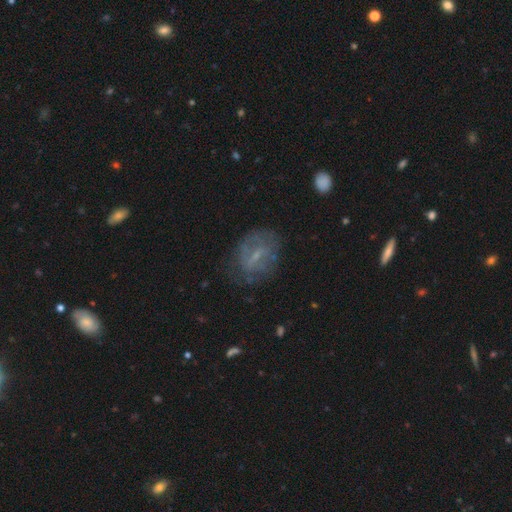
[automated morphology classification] A featured or disk galaxy (52%). Merging: none (63%).